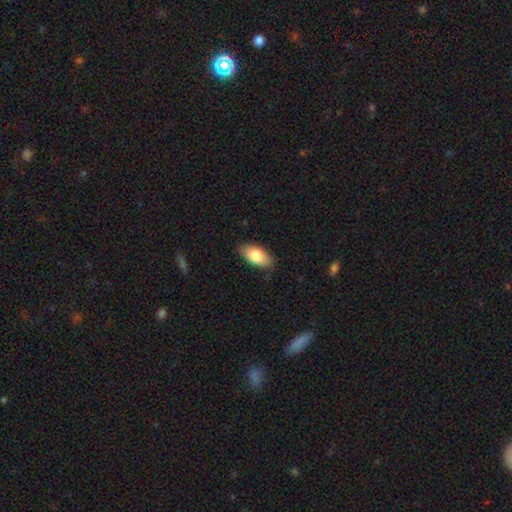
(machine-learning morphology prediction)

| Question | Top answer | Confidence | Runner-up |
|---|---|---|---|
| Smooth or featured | smooth | 83% | featured or disk (10%) |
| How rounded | in between | 93% | cigar-shaped (4%) |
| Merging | none | 81% | minor disturbance (16%) |